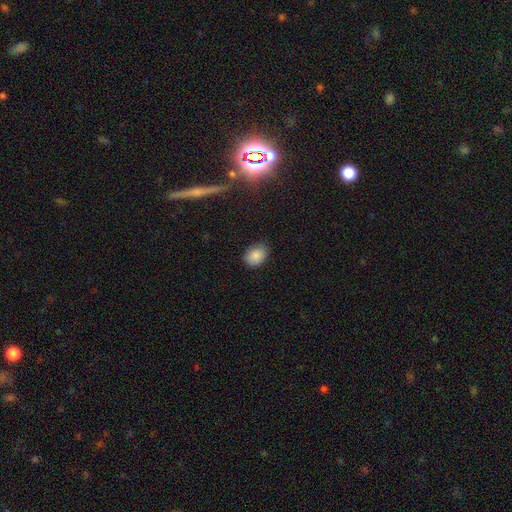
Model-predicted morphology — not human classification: This appears to be a smooth galaxy with no disk features (86%) that is in between round and cigar-shaped (70%). Merging: none (80%).